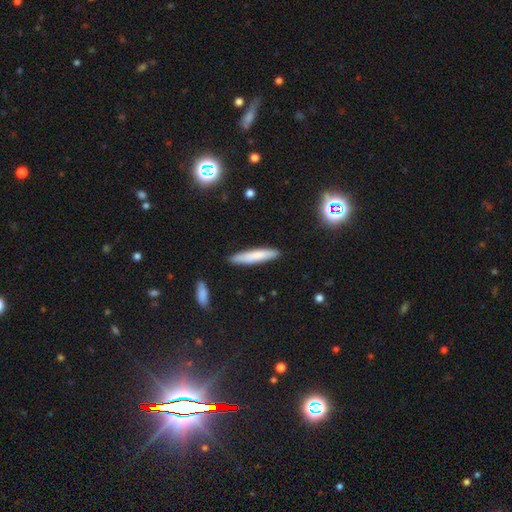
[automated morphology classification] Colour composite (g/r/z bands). It shows a smooth galaxy with no disk features (76%) that is cigar-shaped (89%). Merging: none (89%).